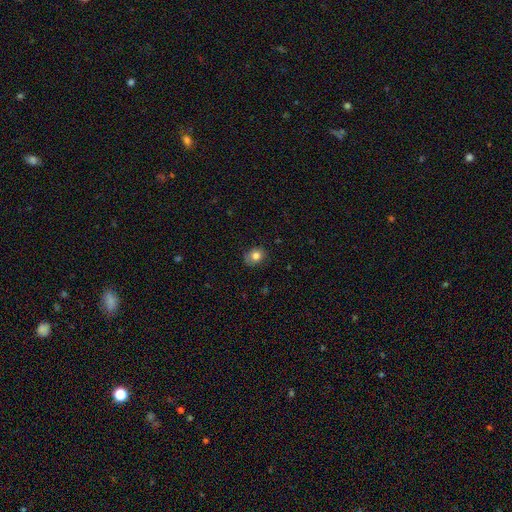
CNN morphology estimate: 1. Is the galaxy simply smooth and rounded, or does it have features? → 81% smooth, 10% star or artifact, 9% featured or disk.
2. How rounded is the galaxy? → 54% round, 45% in between, 1% cigar-shaped.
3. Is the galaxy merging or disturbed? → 76% none, 19% minor disturbance, 4% major disturbance, 1% merger.